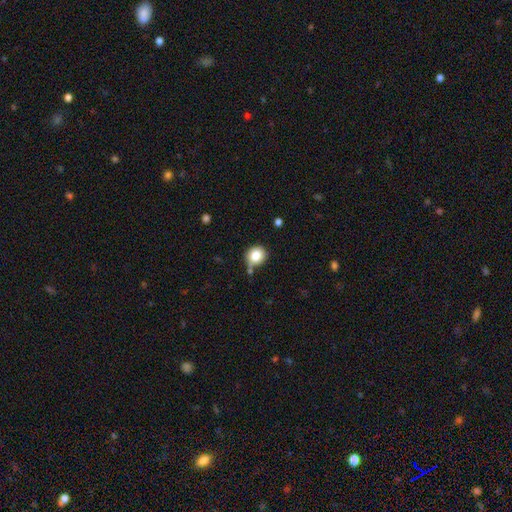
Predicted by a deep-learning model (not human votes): Q: Smooth or featured?
A: smooth (82%); runner-up: star or artifact (10%)
Q: How rounded?
A: round (85%); runner-up: in between (15%)
Q: Merging?
A: none (64%); runner-up: minor disturbance (20%)